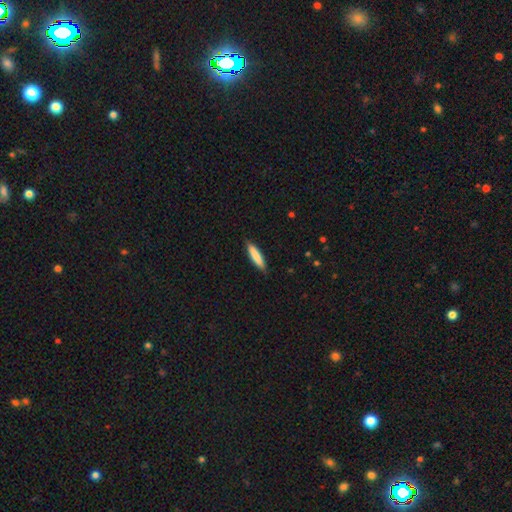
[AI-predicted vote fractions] Q: Smooth or featured?
A: smooth (82%); runner-up: featured or disk (12%)
Q: How rounded?
A: cigar-shaped (85%); runner-up: in between (14%)
Q: Merging?
A: none (88%); runner-up: minor disturbance (10%)